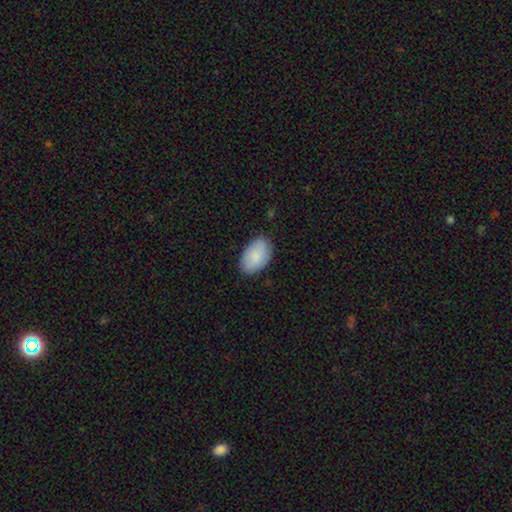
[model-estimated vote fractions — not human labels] A smooth galaxy with no disk features (88%) that is in between round and cigar-shaped (93%).

Vote fractions:
- Smooth or featured? smooth: 88% / featured or disk: 7% / star or artifact: 6%
- How rounded? in between: 93% / round: 6% / cigar-shaped: 1%
- Merging? none: 83% / minor disturbance: 14% / major disturbance: 3% / merger: 1%